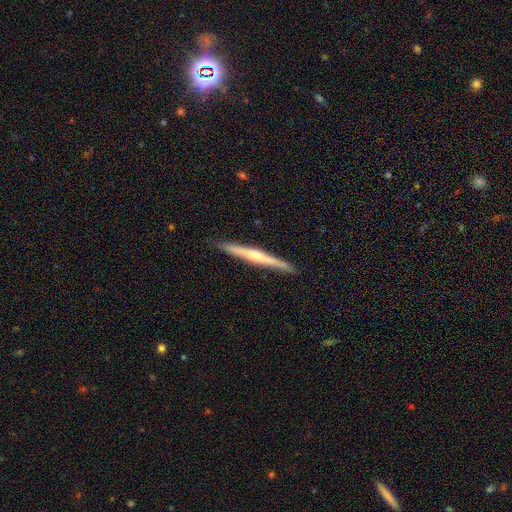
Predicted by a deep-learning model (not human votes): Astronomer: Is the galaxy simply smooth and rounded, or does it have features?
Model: featured or disk — 68%.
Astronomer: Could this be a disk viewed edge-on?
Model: yes — 98%.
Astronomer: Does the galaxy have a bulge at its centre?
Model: rounded — 72%.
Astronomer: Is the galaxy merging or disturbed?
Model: none — 91%.